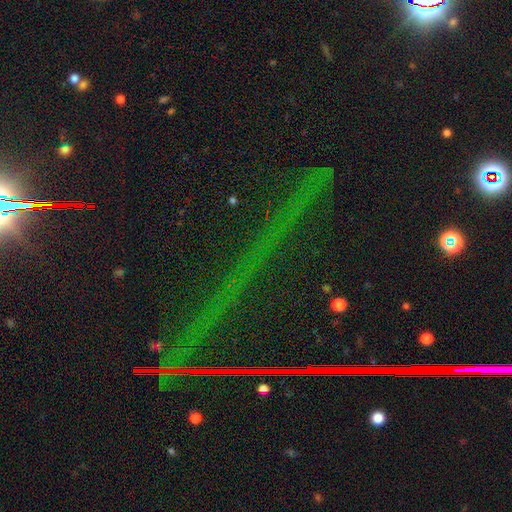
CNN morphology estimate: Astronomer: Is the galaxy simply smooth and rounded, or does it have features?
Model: star or artifact — 83%.